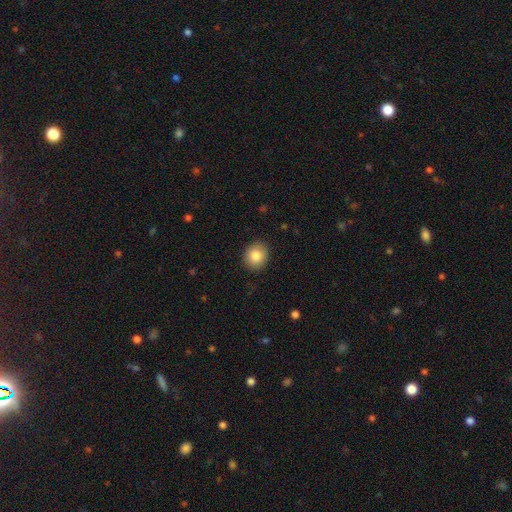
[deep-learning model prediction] Overall: smooth (85%). How rounded: round (70%). Merging: none (88%).